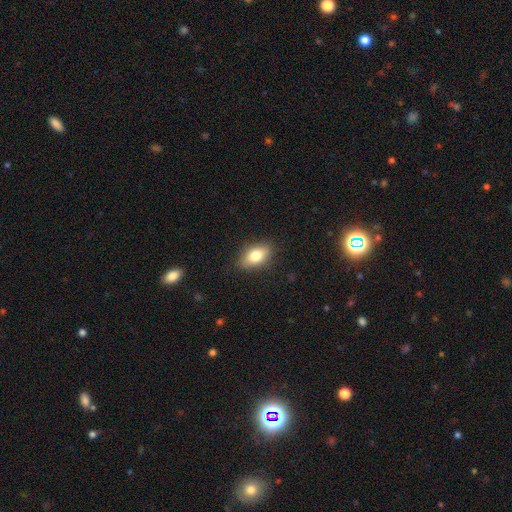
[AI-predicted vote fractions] Smooth or featured?
  - smooth: 79% *
  - featured or disk: 13%
  - star or artifact: 8%
How rounded?
  - in between: 87% *
  - round: 9%
  - cigar-shaped: 4%
Merging?
  - none: 85% *
  - minor disturbance: 11%
  - major disturbance: 3%
  - merger: 1%